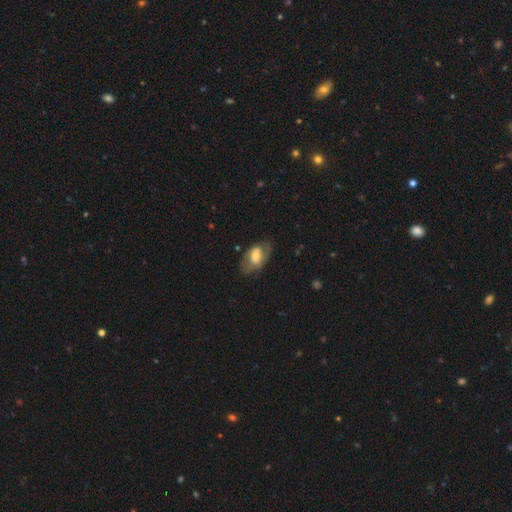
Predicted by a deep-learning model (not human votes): A featured or disk galaxy (47%).

Vote fractions:
- Smooth or featured? featured or disk: 47% / smooth: 46% / star or artifact: 7%
- Merging? none: 65% / minor disturbance: 22% / major disturbance: 12% / merger: 2%